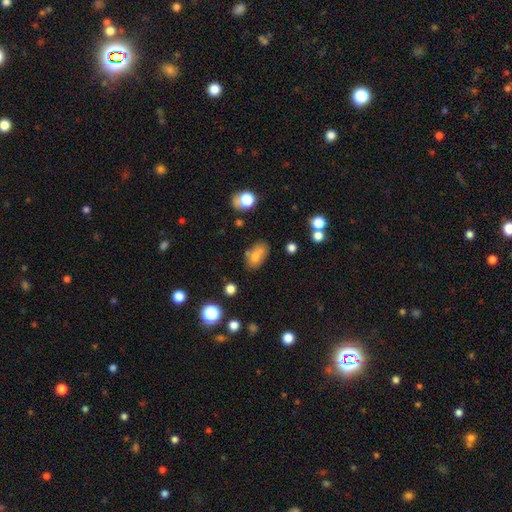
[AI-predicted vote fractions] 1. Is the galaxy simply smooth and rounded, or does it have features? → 72% smooth, 18% featured or disk, 11% star or artifact.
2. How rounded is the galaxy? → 88% in between, 9% round, 3% cigar-shaped.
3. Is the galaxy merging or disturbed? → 66% none, 18% minor disturbance, 11% merger, 5% major disturbance.